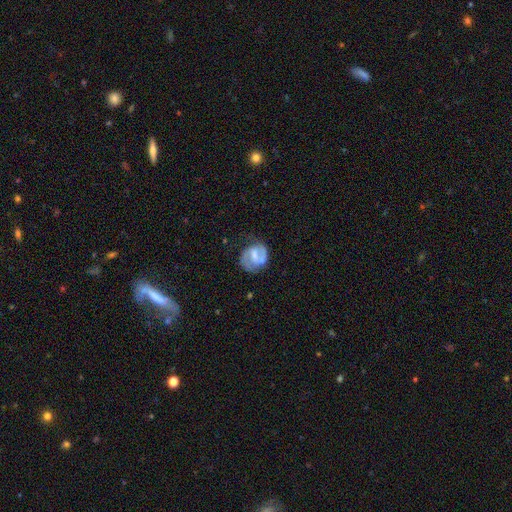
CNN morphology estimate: Smooth or featured?
  - featured or disk: 65% *
  - smooth: 29%
  - star or artifact: 6%
Edge-on disk?
  - no: 97% *
  - yes: 3%
Bar?
  - weak: 46% *
  - strong: 34%
  - no: 20%
Spiral arms?
  - yes: 76% *
  - no: 24%
Bulge size?
  - moderate: 36% *
  - small: 33%
  - none: 23%
  - large: 7%
  - dominant: 1%
Merging?
  - none: 55% *
  - minor disturbance: 26%
  - major disturbance: 16%
  - merger: 3%